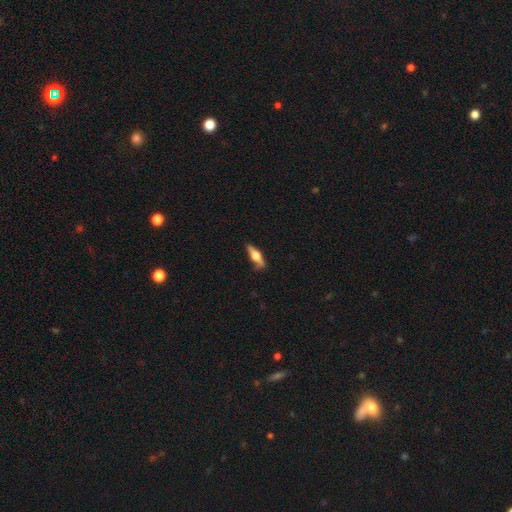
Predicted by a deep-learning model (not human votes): The model was most divided on "smooth or featured": featured or disk: 56%, smooth: 38%, star or artifact: 6%. More confident: edge-on bulge — rounded (93%); edge-on disk — yes (92%); merging — none (75%).